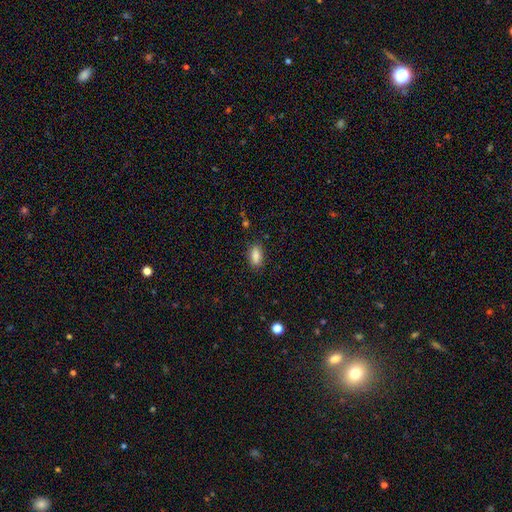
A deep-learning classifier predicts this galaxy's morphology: smooth 87%, star or artifact 8%, featured or disk 5%. Down the decision tree: how rounded — in between (87%); merging — none (85%).